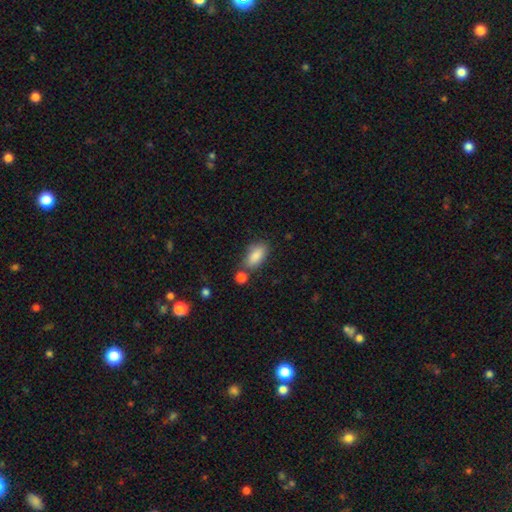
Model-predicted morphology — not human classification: Smooth or featured? Predicted: smooth (p=0.87). How rounded? Predicted: in between (p=0.88). Merging? Predicted: none (p=0.67).